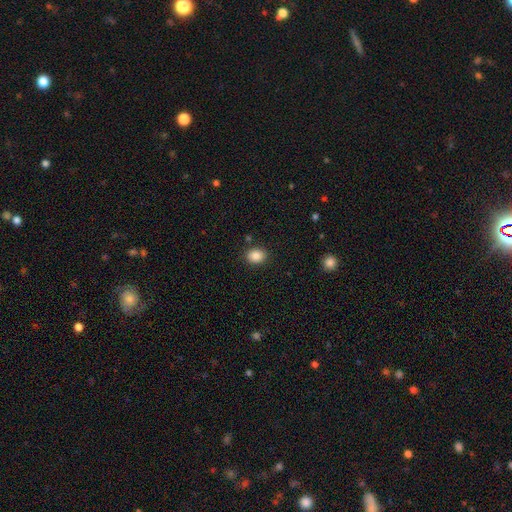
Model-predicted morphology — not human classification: smooth 87%, star or artifact 9%, featured or disk 4%. Down the decision tree: how rounded — in between (50%); merging — none (87%).